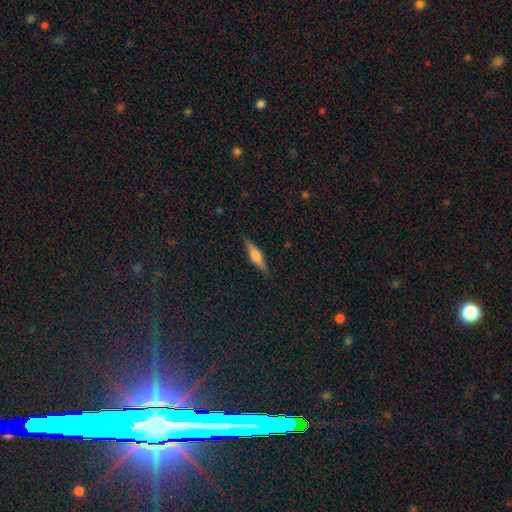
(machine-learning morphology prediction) Smooth or featured? featured or disk (55%)
Edge-on disk? yes (96%)
Edge-on bulge? rounded (71%)
Merging? none (86%)